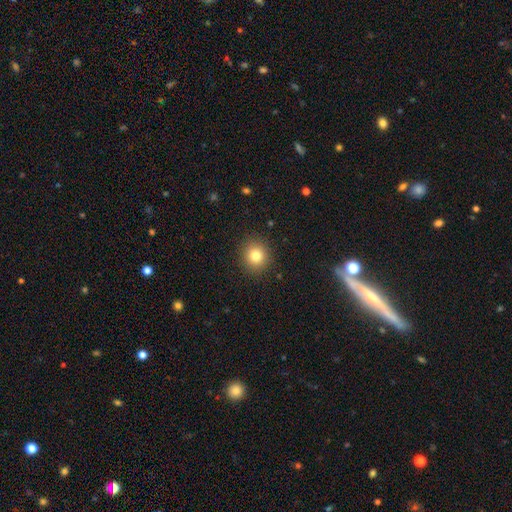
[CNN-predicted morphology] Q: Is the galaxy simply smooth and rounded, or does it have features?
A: smooth — 82%.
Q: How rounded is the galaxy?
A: round — 87%.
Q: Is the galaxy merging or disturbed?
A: none — 90%.